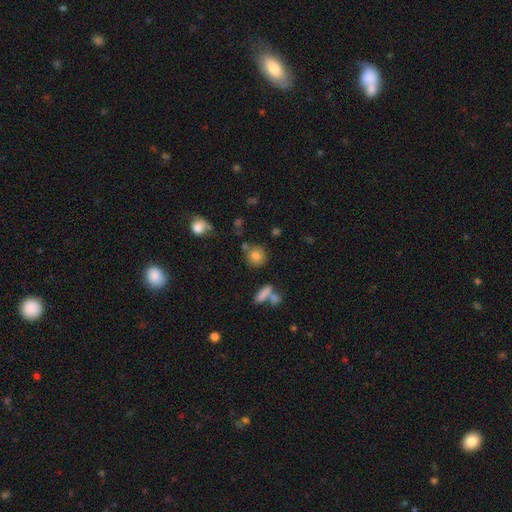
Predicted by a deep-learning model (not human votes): smooth 80%, star or artifact 11%, featured or disk 9%. Down the decision tree: how rounded — round (87%); merging — none (72%).